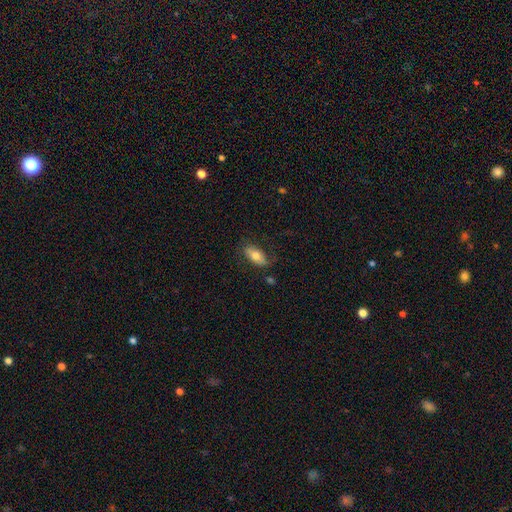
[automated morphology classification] A smooth galaxy with no disk features (69%) that is in between round and cigar-shaped (87%). Merging: none (71%).